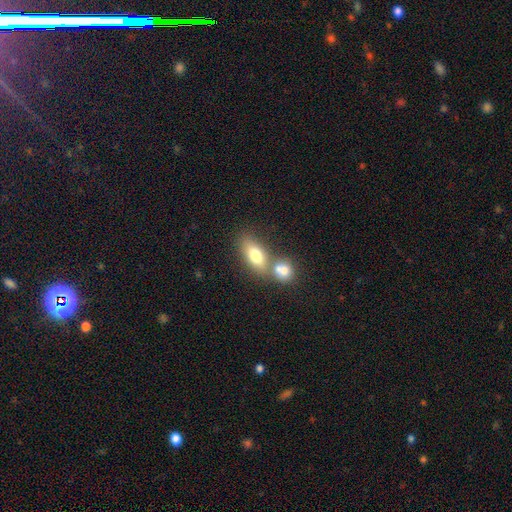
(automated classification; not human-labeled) Smooth or featured?
  - smooth: 74% *
  - featured or disk: 19%
  - star or artifact: 8%
How rounded?
  - in between: 79% *
  - cigar-shaped: 12%
  - round: 8%
Merging?
  - merger: 44% *
  - none: 43%
  - minor disturbance: 9%
  - major disturbance: 4%